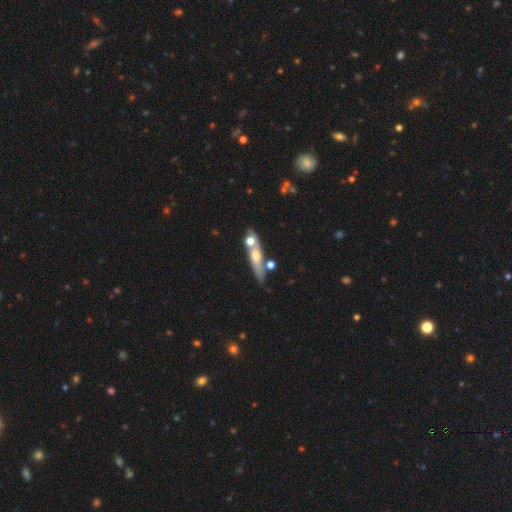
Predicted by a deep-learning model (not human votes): Q: Smooth or featured?
A: featured or disk (52%); runner-up: smooth (39%)
Q: Edge-on disk?
A: yes (76%); runner-up: no (24%)
Q: Merging?
A: none (61%); runner-up: merger (19%)